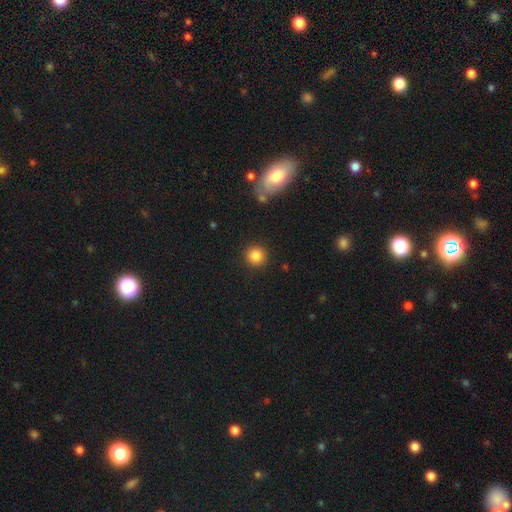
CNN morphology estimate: Smooth or featured: smooth — 85% (star or artifact — 11%)
How rounded: round — 94% (in between — 5%)
Merging: none — 91% (minor disturbance — 5%)